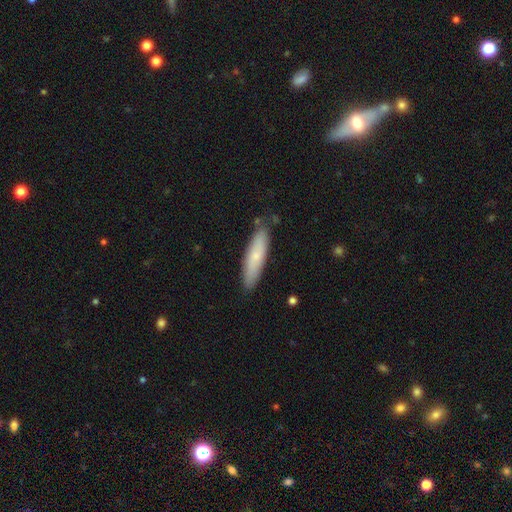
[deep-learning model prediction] This is likely a smooth galaxy (68%). How rounded: likely cigar-shaped (76%). Merging: clearly none (82%).